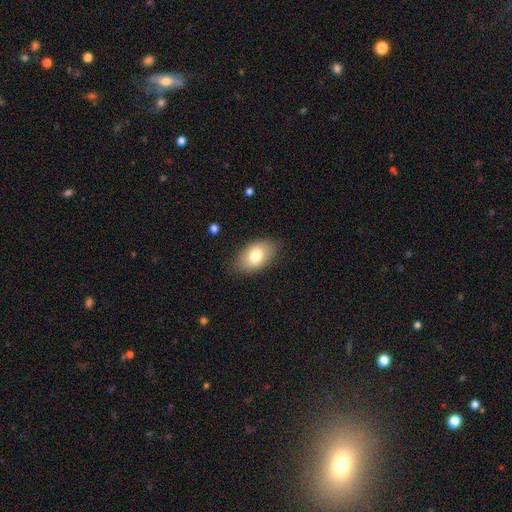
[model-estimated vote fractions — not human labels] This is likely a smooth galaxy (78%). How rounded: clearly in between (91%). Merging: clearly none (83%).